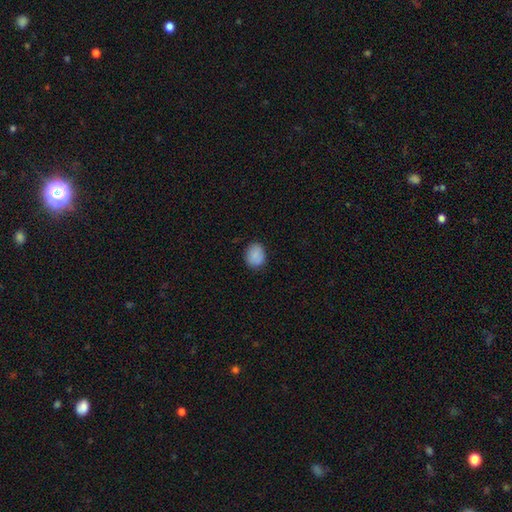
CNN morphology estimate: Smooth or featured? smooth (88%)
How rounded? in between (51%)
Merging? none (83%)